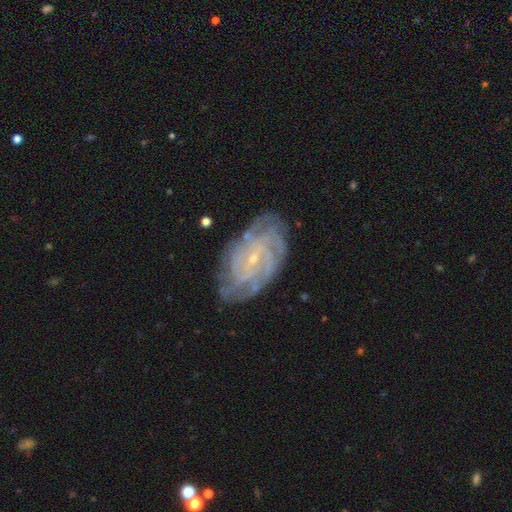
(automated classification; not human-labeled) smooth_or_featured: featured or disk (p=0.83) [alt: star or artifact p=0.09]
disk_edge_on: no (p=0.96) [alt: yes p=0.04]
bar: no (p=0.53) [alt: weak p=0.35]
has_spiral_arms: yes (p=0.97) [alt: no p=0.03]
spiral_winding: tight (p=0.73) [alt: medium p=0.22]
spiral_arm_count: 4 (p=0.25) [alt: can't tell p=0.24]
bulge_size: small (p=0.83) [alt: moderate p=0.11]
merging: none (p=0.81) [alt: minor disturbance p=0.13]